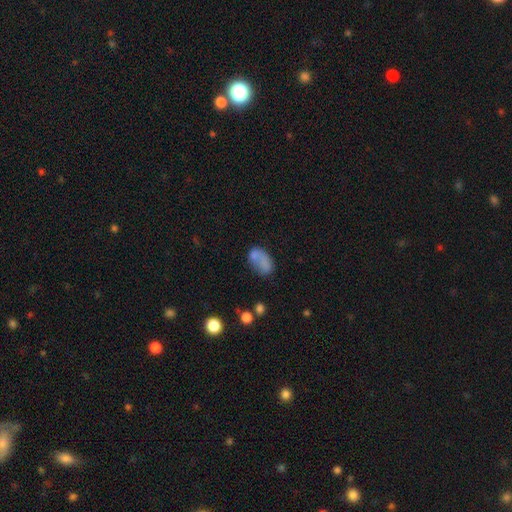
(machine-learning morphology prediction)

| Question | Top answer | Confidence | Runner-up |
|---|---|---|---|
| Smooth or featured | smooth | 71% | featured or disk (18%) |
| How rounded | in between | 89% | round (9%) |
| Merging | none | 39% | minor disturbance (24%) |